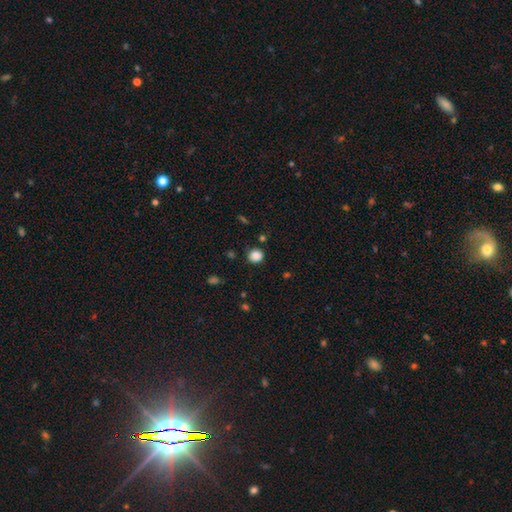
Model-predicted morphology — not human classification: This appears to be a smooth galaxy with no disk features (86%) that is round (87%). Merging: none (86%).